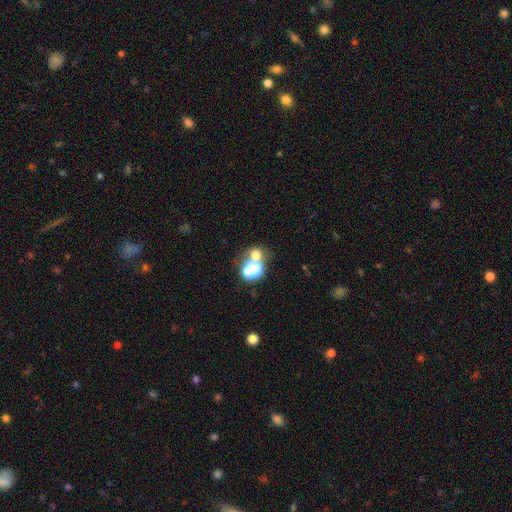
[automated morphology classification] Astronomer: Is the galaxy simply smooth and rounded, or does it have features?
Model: smooth — 55% (runner-up: star or artifact, 33%).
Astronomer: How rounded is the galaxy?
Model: round — 74%.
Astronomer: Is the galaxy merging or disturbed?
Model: none — 50% (runner-up: merger, 36%).